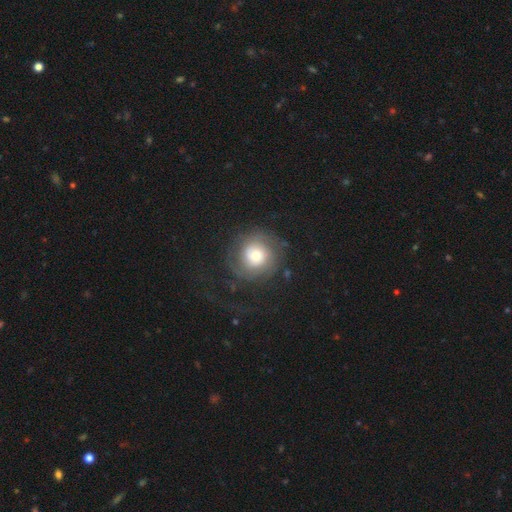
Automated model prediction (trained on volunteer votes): Smooth or featured?
  - featured or disk: 53% *
  - smooth: 38%
  - star or artifact: 9%
Edge-on disk?
  - no: 97% *
  - yes: 3%
Bar?
  - no: 81% *
  - weak: 16%
  - strong: 4%
Spiral arms?
  - yes: 80% *
  - no: 20%
Bulge size?
  - moderate: 58% *
  - large: 22%
  - small: 15%
  - dominant: 4%
  - none: 1%
Merging?
  - none: 64% *
  - major disturbance: 20%
  - minor disturbance: 14%
  - merger: 2%